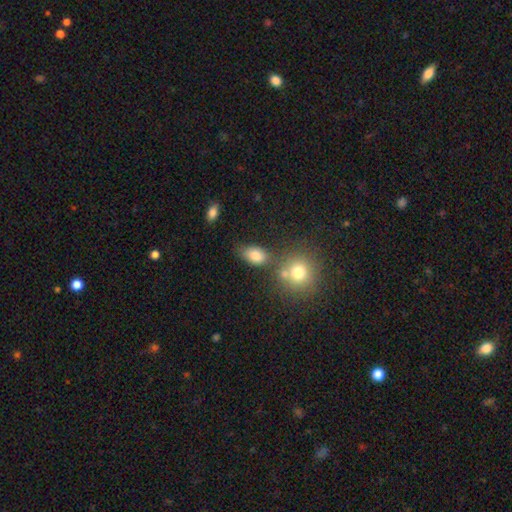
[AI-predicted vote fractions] Smooth or featured? Predicted: smooth (p=0.81). How rounded? Predicted: in between (p=0.85). Merging? Predicted: none (p=0.65).